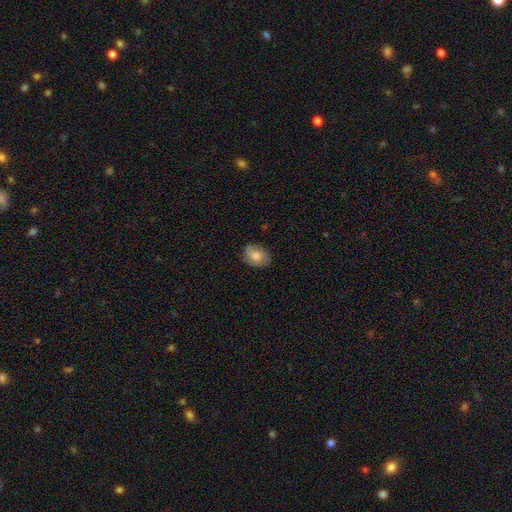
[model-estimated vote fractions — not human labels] The model was most divided on "smooth or featured": smooth: 61%, featured or disk: 31%, star or artifact: 8%. More confident: merging — none (77%); how rounded — in between (71%).